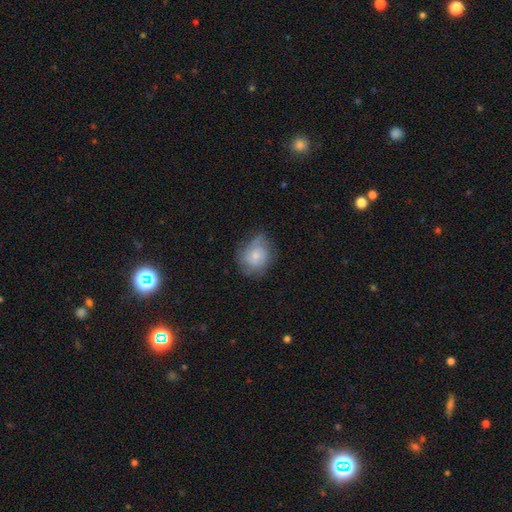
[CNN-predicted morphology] Smooth or featured? Predicted: smooth (p=0.65). How rounded? Predicted: round (p=0.66). Merging? Predicted: none (p=0.53).